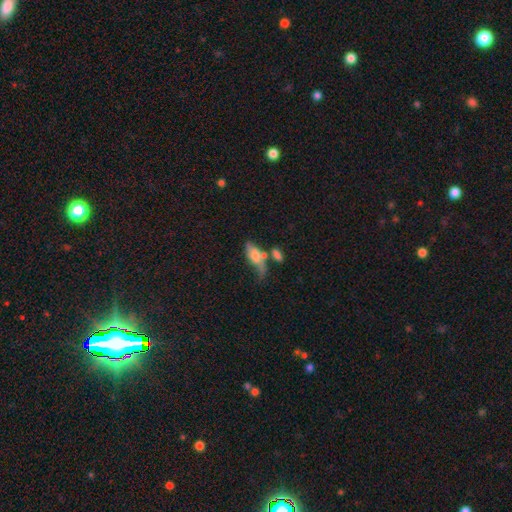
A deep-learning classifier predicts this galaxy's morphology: The model was most divided on "merging": merger: 30%, none: 29%, minor disturbance: 21%, major disturbance: 19%. More confident: how rounded — in between (75%); smooth or featured — smooth (64%).